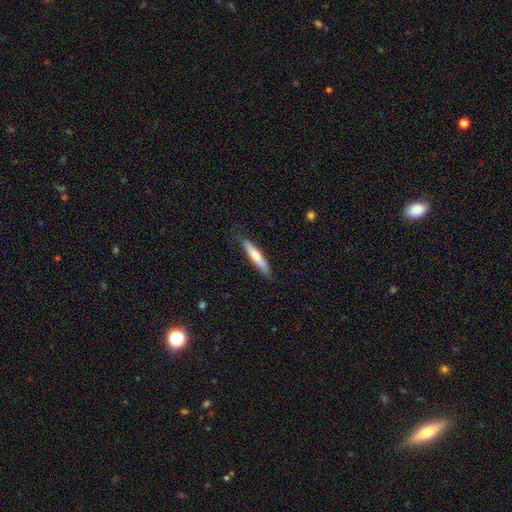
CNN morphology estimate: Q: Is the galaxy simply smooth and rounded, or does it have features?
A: smooth — 65%.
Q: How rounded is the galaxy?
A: cigar-shaped — 90%.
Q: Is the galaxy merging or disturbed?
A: none — 84%.